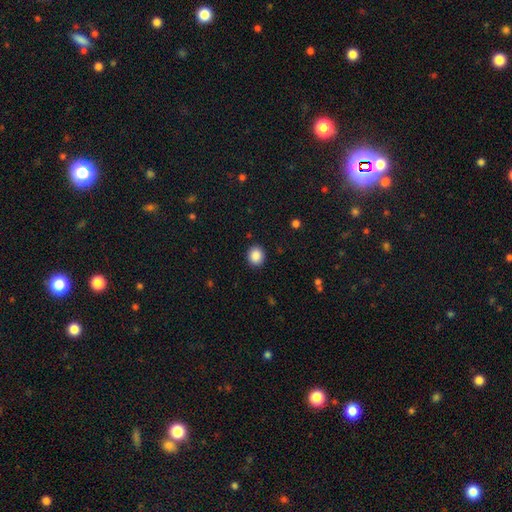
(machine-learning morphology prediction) The model was most divided on "how rounded": round: 74%, in between: 26%, cigar-shaped: 1%. More confident: merging — none (90%); smooth or featured — smooth (88%).